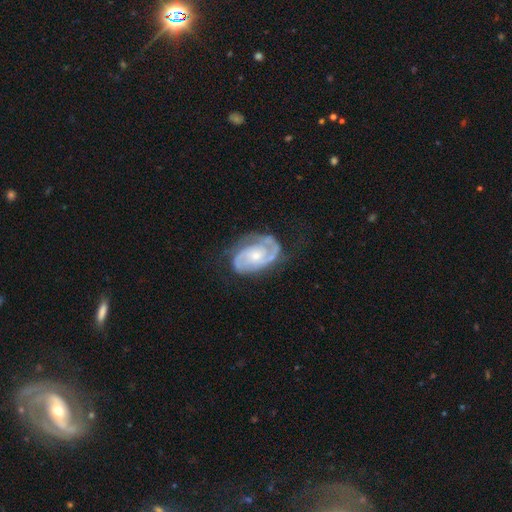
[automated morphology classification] smooth-or-featured: featured or disk: 89% | smooth: 7% | star or artifact: 4%
  disk-edge-on: no: 98% | yes: 2%
    bar: no: 67% | weak: 27% | strong: 6%
    has-spiral-arms: yes: 97% | no: 3%
      spiral-winding: tight: 46% | medium: 43% | loose: 10%
      spiral-arm-count: 2: 79% | can't tell: 7% | 3: 7% | 1: 3% | 4: 2% | more than 4: 2%
    bulge-size: small: 59% | moderate: 35% | none: 2% | large: 2% | dominant: 1%
  merging: none: 67% | minor disturbance: 21% | major disturbance: 10% | merger: 2%